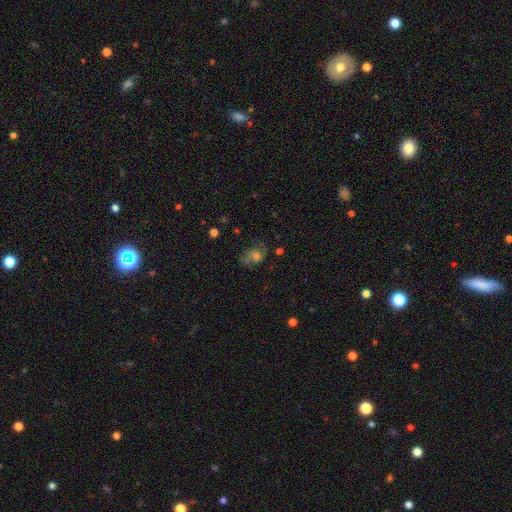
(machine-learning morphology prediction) Q: Smooth or featured?
A: smooth (45%); runner-up: featured or disk (37%)
Q: Merging?
A: none (53%); runner-up: minor disturbance (23%)